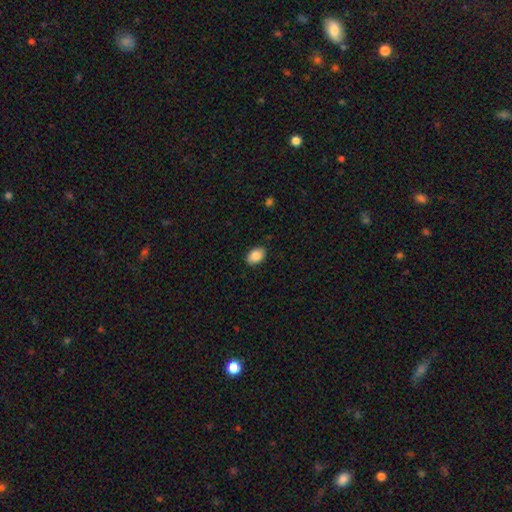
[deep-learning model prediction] This is clearly a smooth galaxy (88%). How rounded: clearly in between (85%). Merging: clearly none (87%).